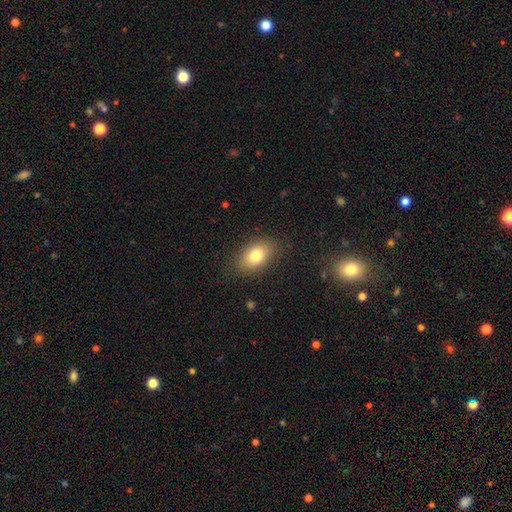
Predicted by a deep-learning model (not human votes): A smooth galaxy with no disk features (78%) that is in between round and cigar-shaped (86%). Merging: none (85%).